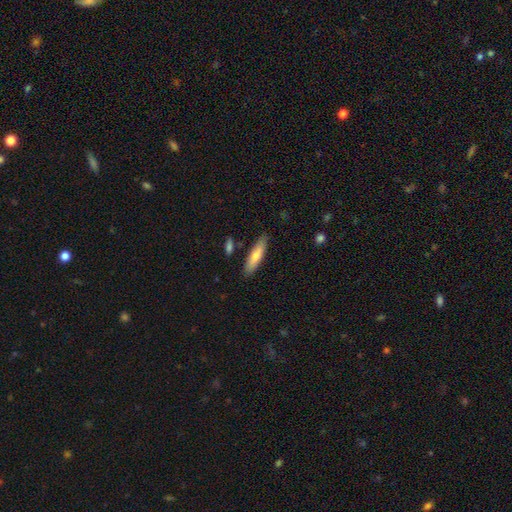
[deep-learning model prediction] Smooth or featured?
  - smooth: 67% *
  - featured or disk: 27%
  - star or artifact: 6%
How rounded?
  - cigar-shaped: 73% *
  - in between: 25%
  - round: 2%
Merging?
  - none: 85% *
  - minor disturbance: 10%
  - merger: 3%
  - major disturbance: 2%